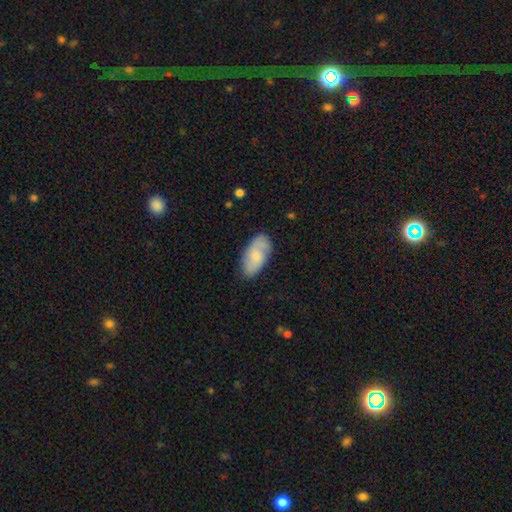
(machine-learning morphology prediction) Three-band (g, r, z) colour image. It shows a smooth galaxy with no disk features (64%) that is in between round and cigar-shaped (93%). Merging: none (78%).